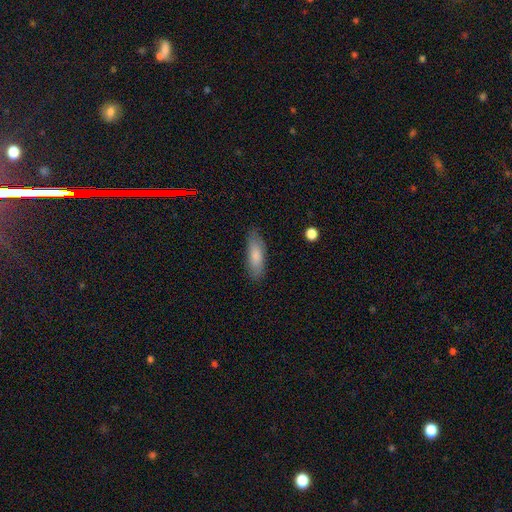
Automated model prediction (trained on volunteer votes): smooth_or_featured: smooth (p=0.81) [alt: featured or disk p=0.13]
how_rounded: in between (p=0.56) [alt: cigar-shaped p=0.43]
merging: none (p=0.81) [alt: minor disturbance p=0.15]